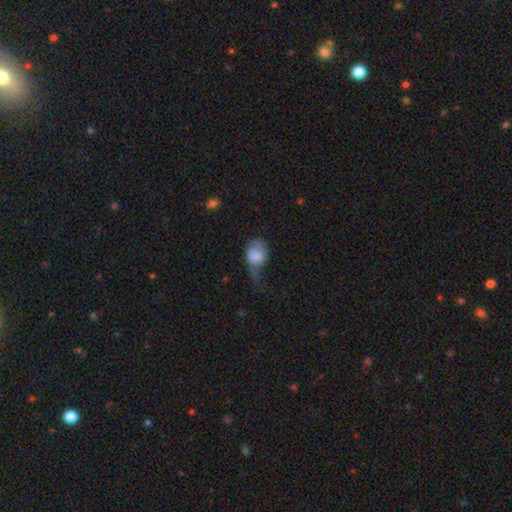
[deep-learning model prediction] Q: Smooth or featured?
A: smooth (76%); runner-up: featured or disk (16%)
Q: How rounded?
A: in between (64%); runner-up: round (34%)
Q: Merging?
A: major disturbance (48%); runner-up: minor disturbance (32%)